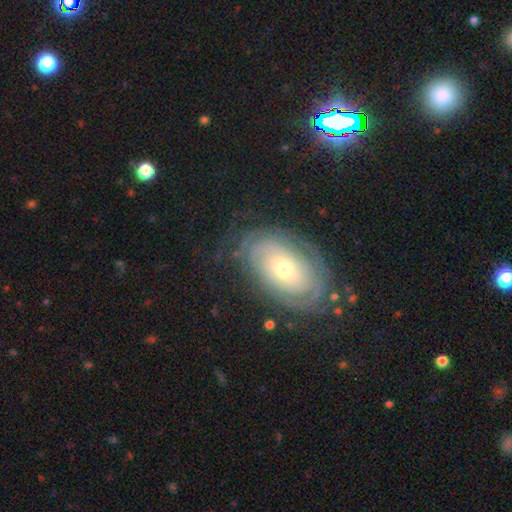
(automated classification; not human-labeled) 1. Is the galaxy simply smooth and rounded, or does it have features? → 75% featured or disk, 16% smooth, 8% star or artifact.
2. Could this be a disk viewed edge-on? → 94% no, 6% yes.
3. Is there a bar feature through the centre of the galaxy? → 81% no, 14% weak, 5% strong.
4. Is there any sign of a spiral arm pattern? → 83% yes, 17% no.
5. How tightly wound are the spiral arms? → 80% tight, 14% medium, 6% loose.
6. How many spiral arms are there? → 56% can't tell, 18% 2, 9% 3, 7% 4, 6% more than 4, 5% 1.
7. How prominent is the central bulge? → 48% small, 47% moderate, 4% large, 1% dominant, 1% none.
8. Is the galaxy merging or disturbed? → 75% none, 15% minor disturbance, 8% major disturbance, 1% merger.